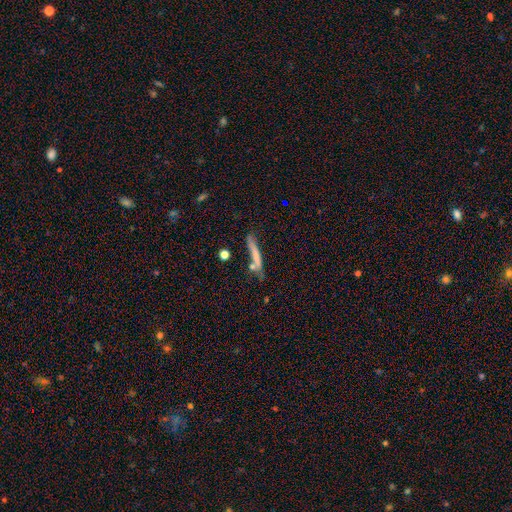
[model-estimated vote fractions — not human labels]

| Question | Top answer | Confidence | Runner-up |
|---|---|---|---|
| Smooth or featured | smooth | 65% | featured or disk (27%) |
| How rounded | cigar-shaped | 92% | in between (5%) |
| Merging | none | 62% | minor disturbance (20%) |